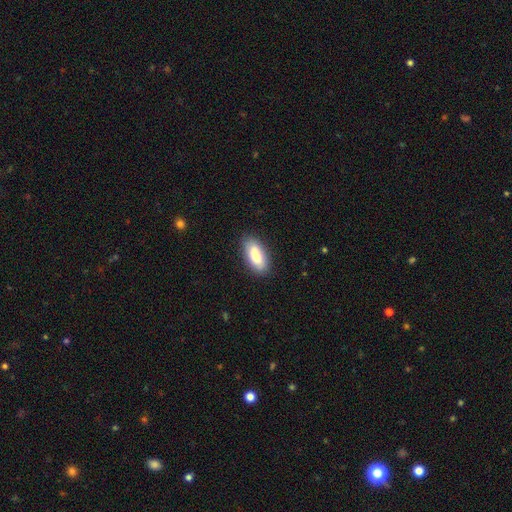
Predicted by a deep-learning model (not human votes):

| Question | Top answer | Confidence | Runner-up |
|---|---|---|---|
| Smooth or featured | smooth | 87% | featured or disk (7%) |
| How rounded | in between | 85% | cigar-shaped (13%) |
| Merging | none | 86% | minor disturbance (11%) |